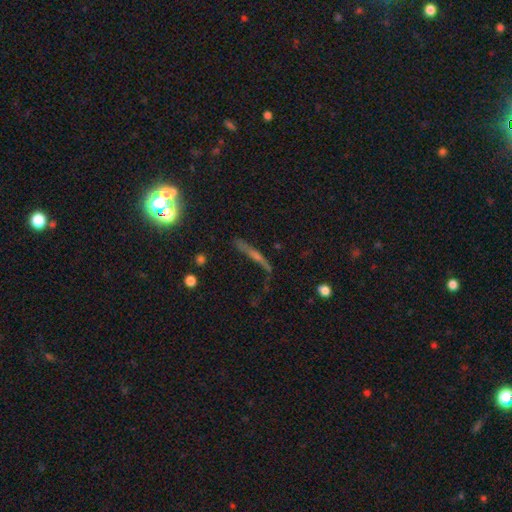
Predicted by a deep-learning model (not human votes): Overall: featured or disk (53%; smooth 25%). Edge-on disk: yes (81%). Merging: none (66%).